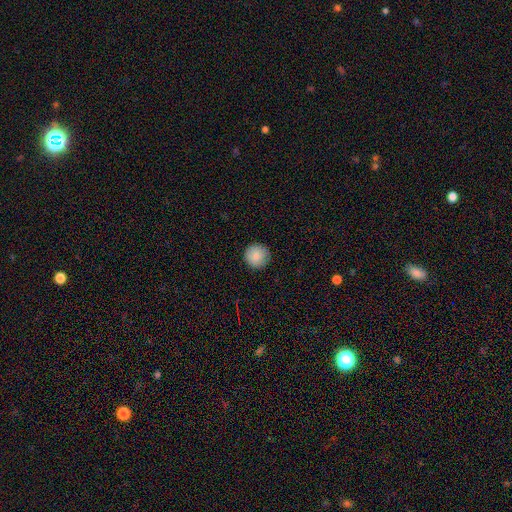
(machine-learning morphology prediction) smooth 87%, star or artifact 8%, featured or disk 5%. Down the decision tree: how rounded — round (96%); merging — none (91%).